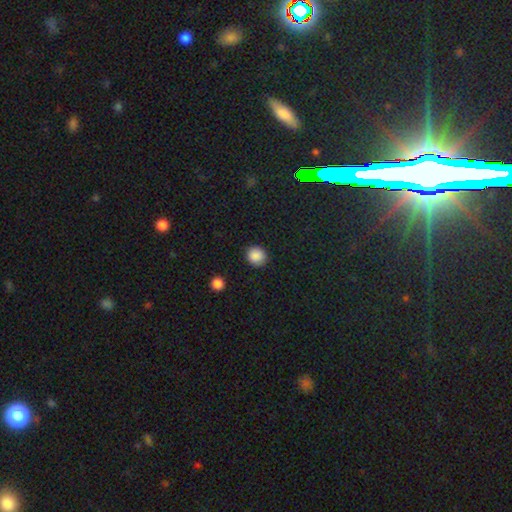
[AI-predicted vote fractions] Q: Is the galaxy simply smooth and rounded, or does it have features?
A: smooth — 88%.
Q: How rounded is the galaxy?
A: round — 89%.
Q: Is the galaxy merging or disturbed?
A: none — 90%.